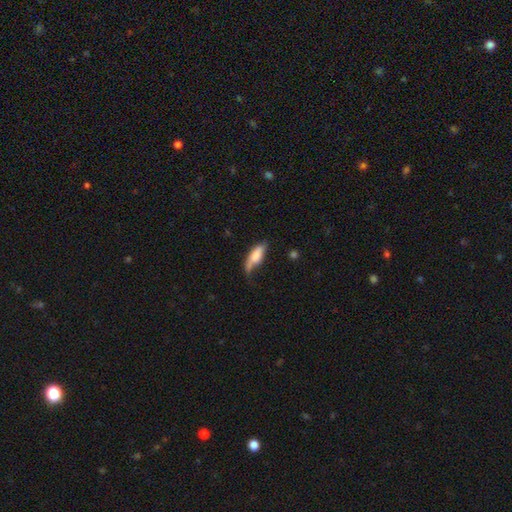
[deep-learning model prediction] Q: Smooth or featured?
A: smooth (71%); runner-up: featured or disk (22%)
Q: How rounded?
A: in between (64%); runner-up: cigar-shaped (34%)
Q: Merging?
A: none (38%); runner-up: minor disturbance (37%)